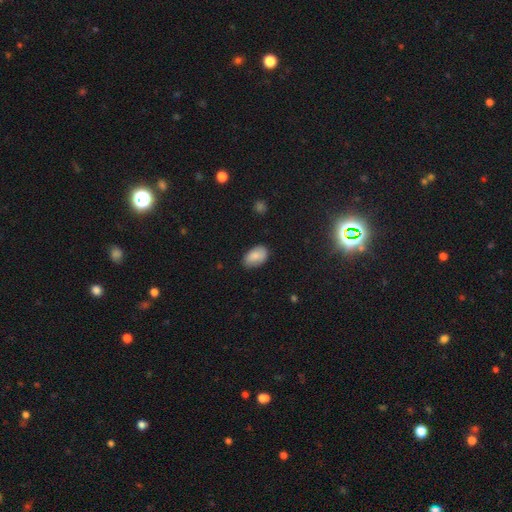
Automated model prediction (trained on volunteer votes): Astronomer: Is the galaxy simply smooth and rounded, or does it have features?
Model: smooth — 84%.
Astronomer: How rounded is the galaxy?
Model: in between — 91%.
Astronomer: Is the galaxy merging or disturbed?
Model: none — 74%.